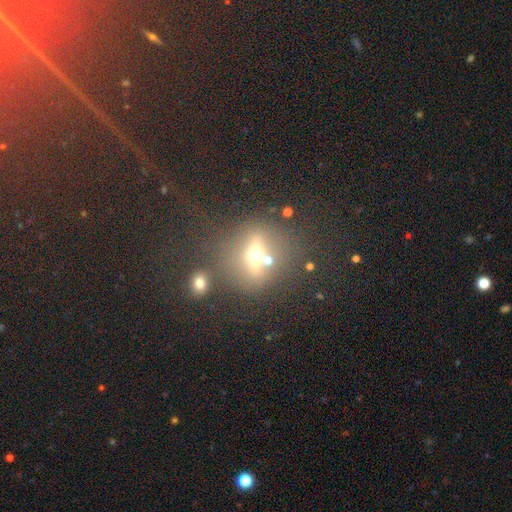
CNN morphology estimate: Smooth or featured: smooth — 44% (featured or disk — 35%)
Merging: none — 63% (merger — 14%)